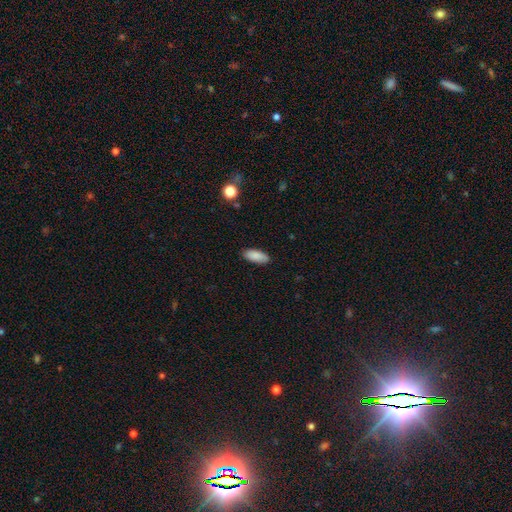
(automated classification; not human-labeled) Q: Smooth or featured?
A: smooth (88%); runner-up: star or artifact (7%)
Q: How rounded?
A: in between (85%); runner-up: cigar-shaped (13%)
Q: Merging?
A: none (86%); runner-up: minor disturbance (10%)